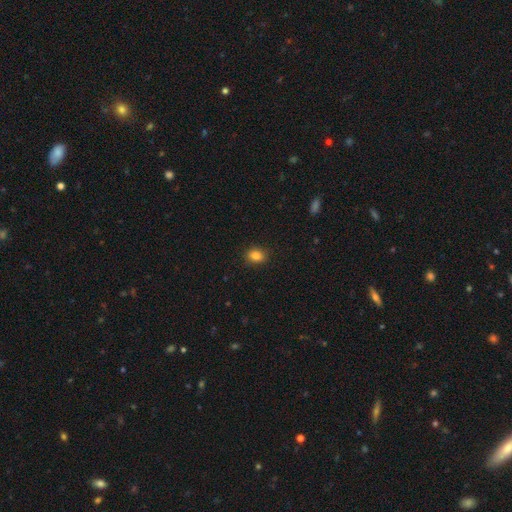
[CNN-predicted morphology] This is clearly a smooth galaxy (85%). How rounded: possibly in between (59%). Merging: clearly none (88%).